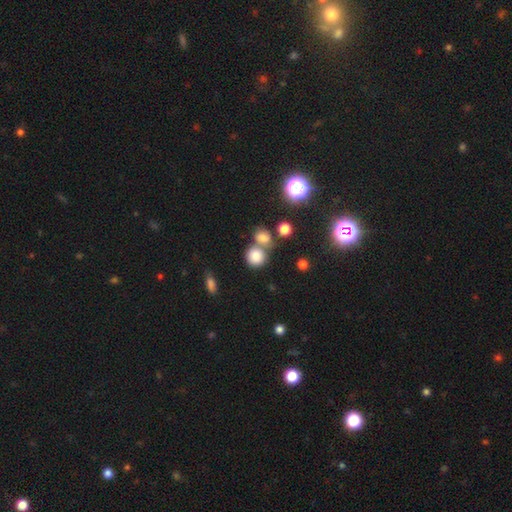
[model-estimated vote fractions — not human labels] smooth 80%, star or artifact 13%, featured or disk 7%. Down the decision tree: how rounded — round (81%); merging — none (48%).